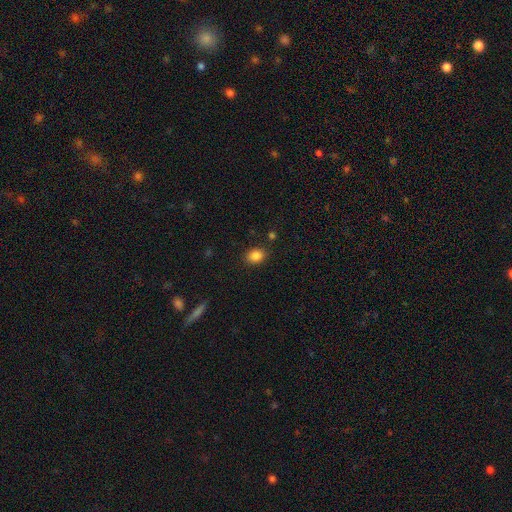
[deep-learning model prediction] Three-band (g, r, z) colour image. It shows a smooth galaxy with no disk features (86%) that is in between round and cigar-shaped (59%). Merging: none (85%).